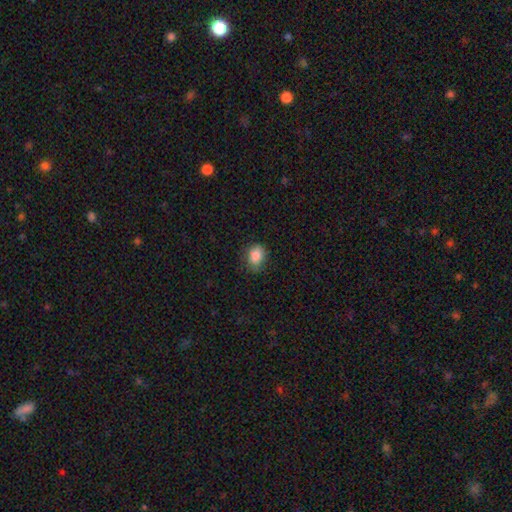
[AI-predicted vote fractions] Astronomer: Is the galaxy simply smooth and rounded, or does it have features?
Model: smooth — 85%.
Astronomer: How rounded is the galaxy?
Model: in between — 66%.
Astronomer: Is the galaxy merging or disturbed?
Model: none — 71%.